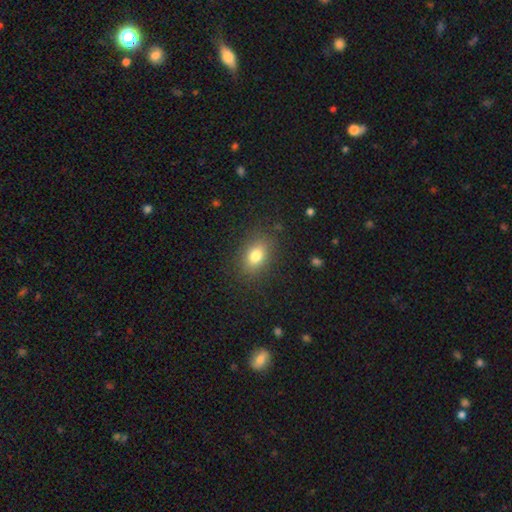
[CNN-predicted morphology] The model was most divided on "how rounded": in between: 75%, round: 23%, cigar-shaped: 2%. More confident: merging — none (84%); smooth or featured — smooth (79%).